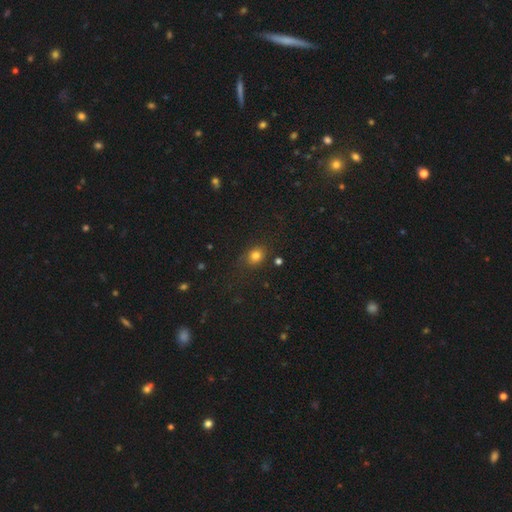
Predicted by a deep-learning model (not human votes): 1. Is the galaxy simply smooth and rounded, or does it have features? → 79% smooth, 14% star or artifact, 7% featured or disk.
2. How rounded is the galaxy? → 58% round, 41% in between, 1% cigar-shaped.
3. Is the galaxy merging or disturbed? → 76% none, 16% minor disturbance, 6% major disturbance, 3% merger.